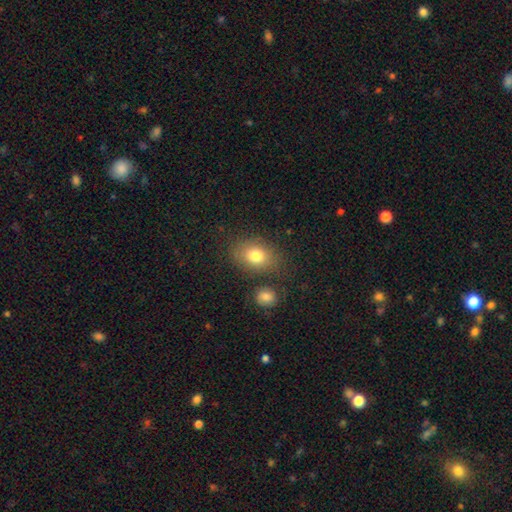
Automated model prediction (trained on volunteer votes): smooth 78%, featured or disk 12%, star or artifact 10%. Down the decision tree: how rounded — in between (68%); merging — none (75%).